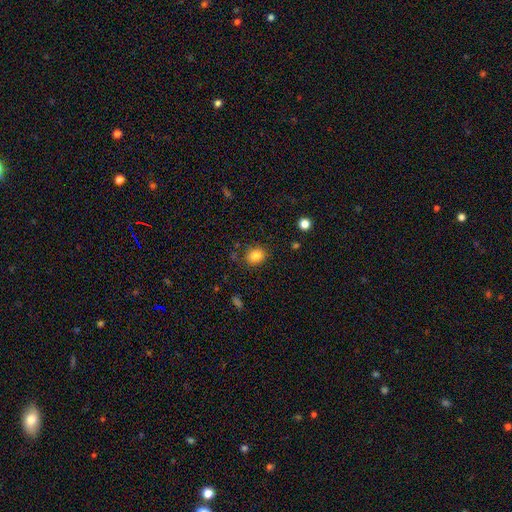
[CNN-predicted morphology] This is clearly a smooth galaxy (83%). How rounded: possibly round (59%). Merging: clearly none (81%).